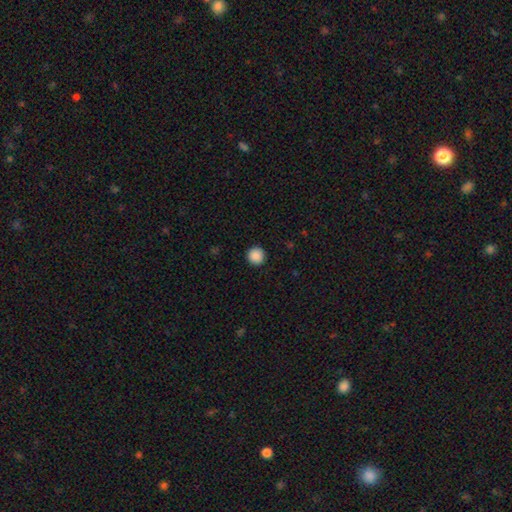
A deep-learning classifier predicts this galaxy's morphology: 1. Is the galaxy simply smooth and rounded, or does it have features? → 89% smooth, 9% star or artifact, 3% featured or disk.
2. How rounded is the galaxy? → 96% round, 3% in between, 1% cigar-shaped.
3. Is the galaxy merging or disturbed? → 93% none, 4% minor disturbance, 2% major disturbance, 1% merger.